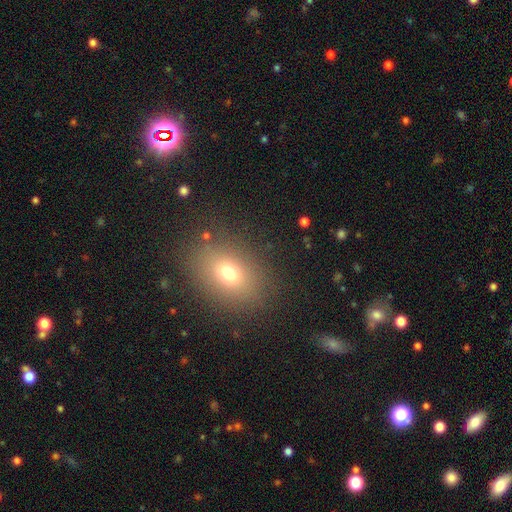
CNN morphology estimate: Smooth or featured?
  - smooth: 64% *
  - star or artifact: 25%
  - featured or disk: 11%
How rounded?
  - in between: 59% *
  - round: 40%
  - cigar-shaped: 2%
Merging?
  - none: 87% *
  - minor disturbance: 7%
  - major disturbance: 3%
  - merger: 2%